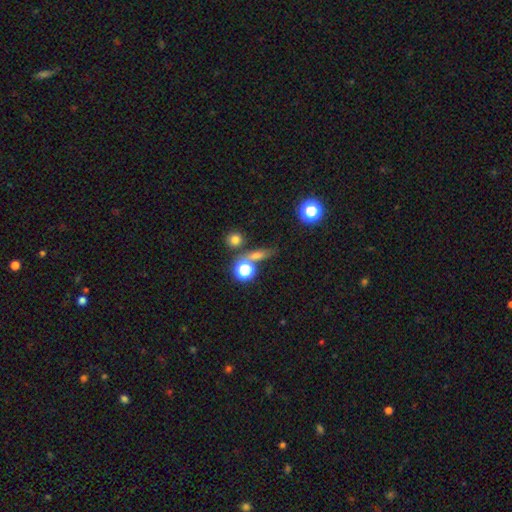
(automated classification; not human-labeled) smooth 58%, star or artifact 28%, featured or disk 13%. Down the decision tree: how rounded — round (39%); merging — none (67%).